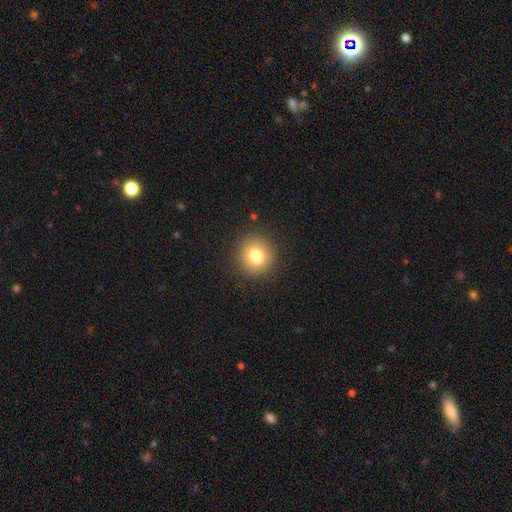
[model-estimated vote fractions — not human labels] Smooth or featured? smooth (78%)
How rounded? round (86%)
Merging? none (86%)